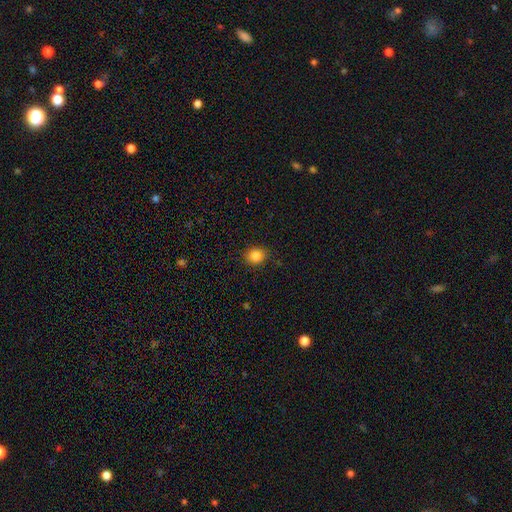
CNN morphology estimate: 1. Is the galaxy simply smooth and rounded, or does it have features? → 84% smooth, 11% star or artifact, 5% featured or disk.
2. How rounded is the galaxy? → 78% round, 21% in between, 1% cigar-shaped.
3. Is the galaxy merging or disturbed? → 88% none, 9% minor disturbance, 2% major disturbance, 1% merger.